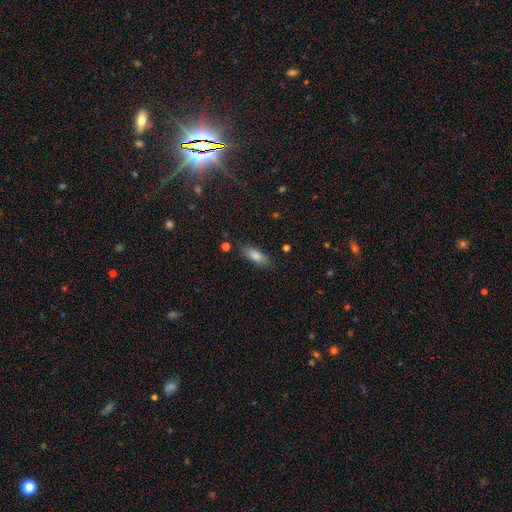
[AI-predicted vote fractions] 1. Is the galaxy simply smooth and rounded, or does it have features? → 82% smooth, 10% featured or disk, 8% star or artifact.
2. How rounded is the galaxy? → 71% in between, 27% cigar-shaped, 2% round.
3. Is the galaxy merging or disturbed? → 81% none, 13% minor disturbance, 3% major disturbance, 2% merger.